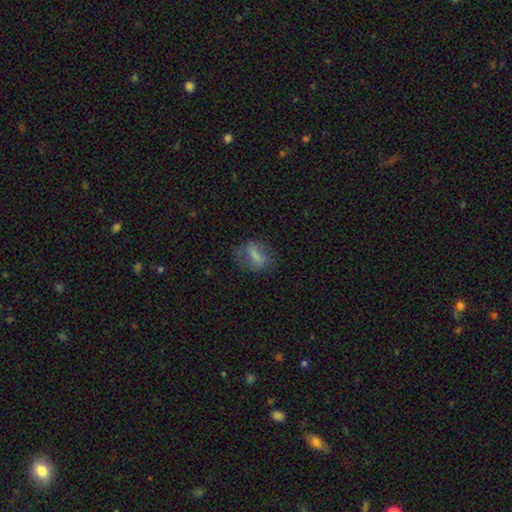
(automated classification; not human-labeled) A smooth galaxy with no disk features (58%) that is in between round and cigar-shaped (68%). Merging: none (62%).